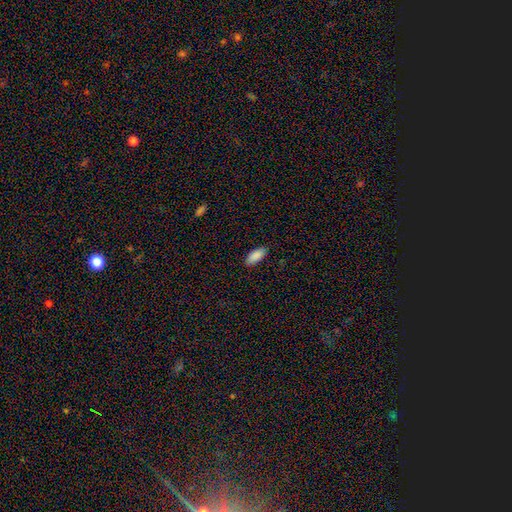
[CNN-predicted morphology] A smooth galaxy with no disk features (89%) that is in between round and cigar-shaped (88%). Merging: none (85%).